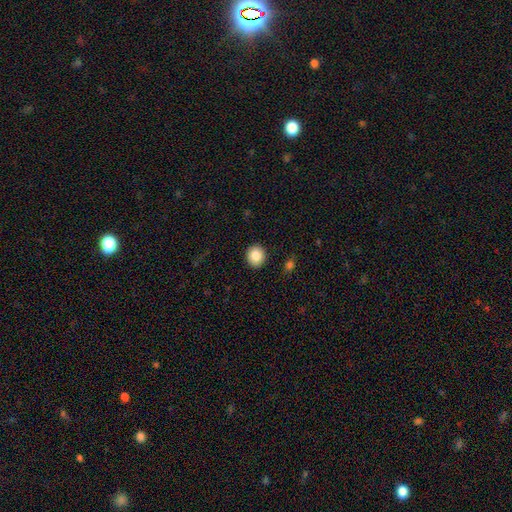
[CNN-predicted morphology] type=smooth (85%); roundness=round (86%); merging=none (92%).